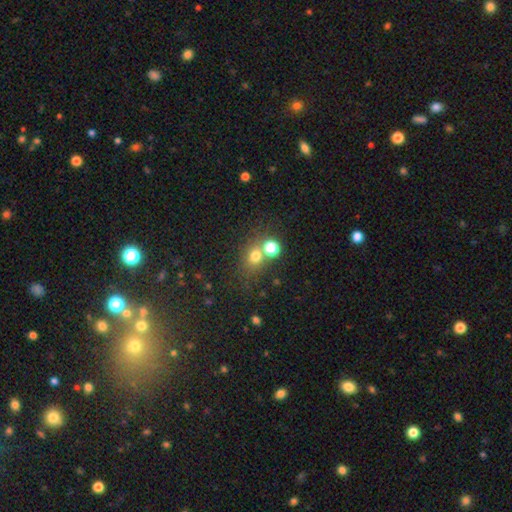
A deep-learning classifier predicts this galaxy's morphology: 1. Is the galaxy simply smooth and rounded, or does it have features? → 71% smooth, 20% star or artifact, 10% featured or disk.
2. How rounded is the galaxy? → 73% round, 26% in between, 1% cigar-shaped.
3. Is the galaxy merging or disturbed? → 56% none, 29% merger, 10% minor disturbance, 5% major disturbance.